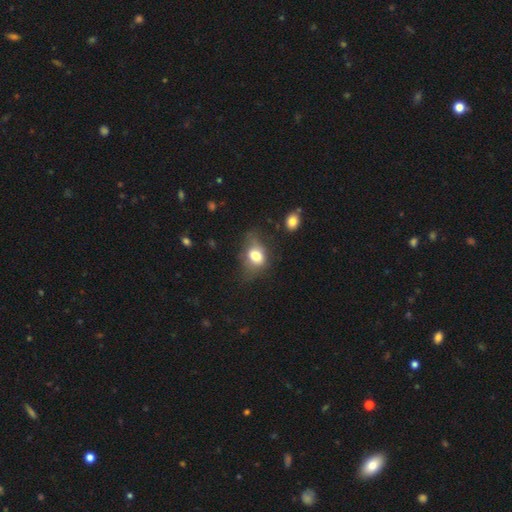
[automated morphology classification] smooth-or-featured: smooth: 74% | featured or disk: 16% | star or artifact: 10%
  how-rounded: in between: 68% | round: 31% | cigar-shaped: 2%
  merging: none: 41% | minor disturbance: 31% | major disturbance: 24% | merger: 3%